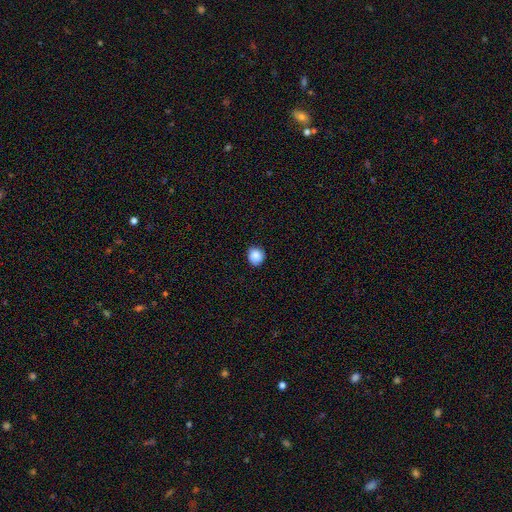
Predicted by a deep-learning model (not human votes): Smooth or featured? Predicted: smooth (p=0.85). How rounded? Predicted: round (p=0.86). Merging? Predicted: none (p=0.87).